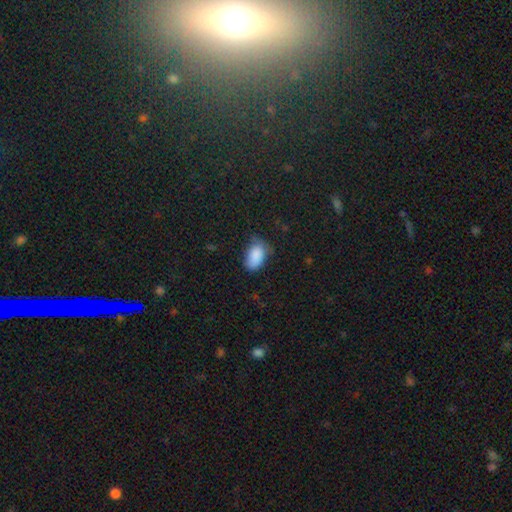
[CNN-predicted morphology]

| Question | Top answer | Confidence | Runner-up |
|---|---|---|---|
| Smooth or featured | smooth | 87% | star or artifact (8%) |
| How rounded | in between | 91% | round (7%) |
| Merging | none | 59% | minor disturbance (31%) |